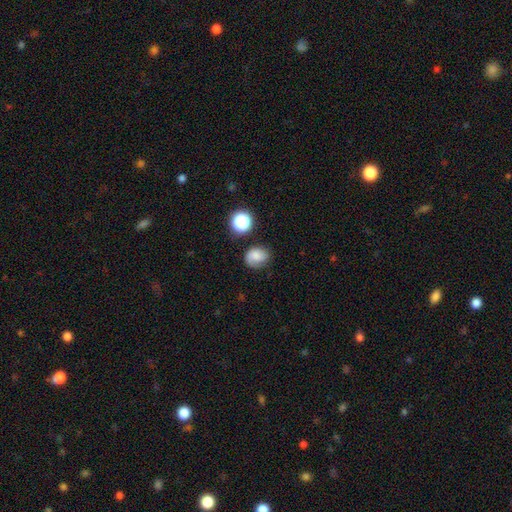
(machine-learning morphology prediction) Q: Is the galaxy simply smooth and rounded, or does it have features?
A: smooth — 62%.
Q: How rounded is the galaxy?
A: round — 59%.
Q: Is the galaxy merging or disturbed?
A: none — 67%.